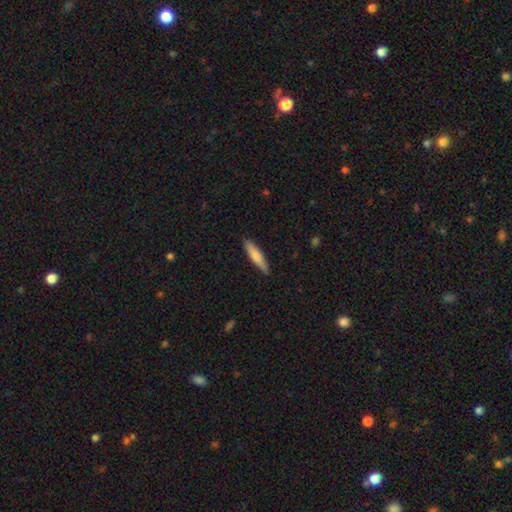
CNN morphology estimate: Smooth or featured? Predicted: smooth (p=0.75). How rounded? Predicted: cigar-shaped (p=0.84). Merging? Predicted: none (p=0.88).